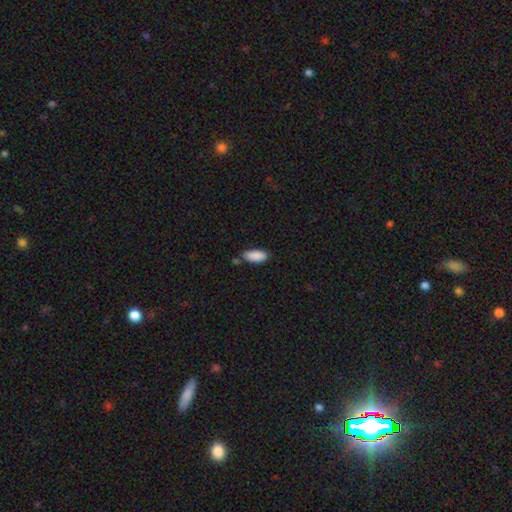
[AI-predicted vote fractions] Smooth or featured? smooth (89%)
How rounded? in between (85%)
Merging? none (74%)